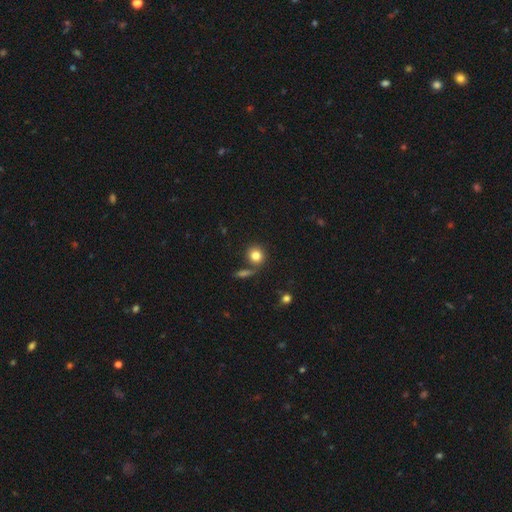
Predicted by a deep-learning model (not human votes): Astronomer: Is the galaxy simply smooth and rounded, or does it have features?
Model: smooth — 82%.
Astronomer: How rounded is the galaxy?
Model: round — 83%.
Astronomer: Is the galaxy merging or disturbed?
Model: none — 73%.